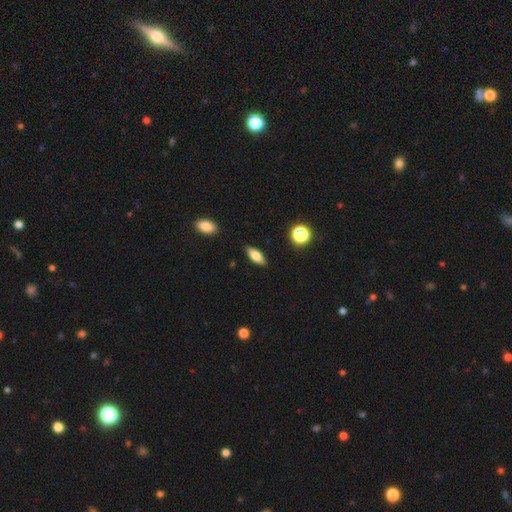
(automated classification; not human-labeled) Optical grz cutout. It shows a smooth galaxy with no disk features (73%) that is in between round and cigar-shaped (72%). Merging: none (87%).